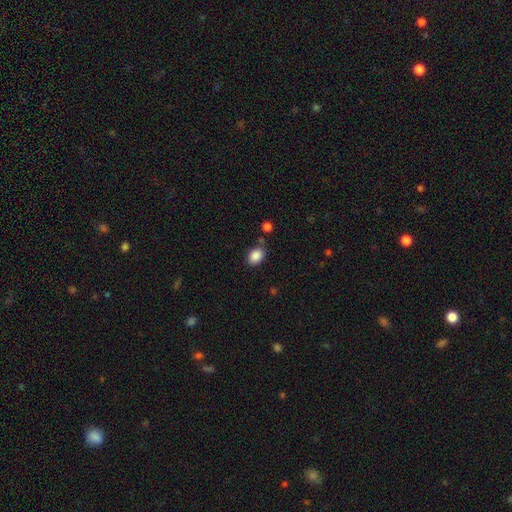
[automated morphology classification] Smooth or featured?
  - smooth: 88% *
  - star or artifact: 8%
  - featured or disk: 4%
How rounded?
  - in between: 75% *
  - round: 24%
  - cigar-shaped: 1%
Merging?
  - none: 74% *
  - minor disturbance: 16%
  - merger: 6%
  - major disturbance: 4%